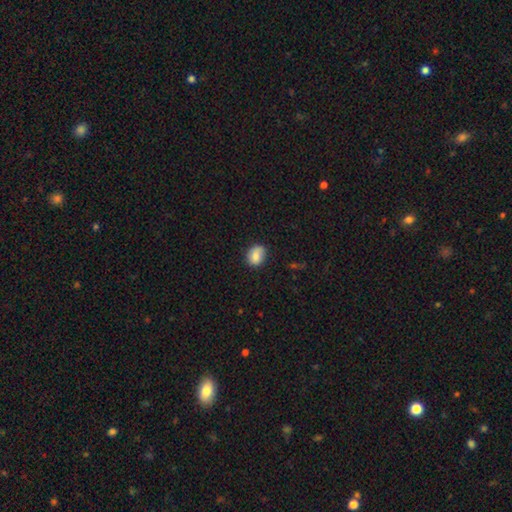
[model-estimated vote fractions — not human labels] smooth-or-featured: smooth: 81% | featured or disk: 11% | star or artifact: 8%
  how-rounded: in between: 54% | round: 45% | cigar-shaped: 1%
  merging: none: 73% | minor disturbance: 21% | major disturbance: 4% | merger: 2%